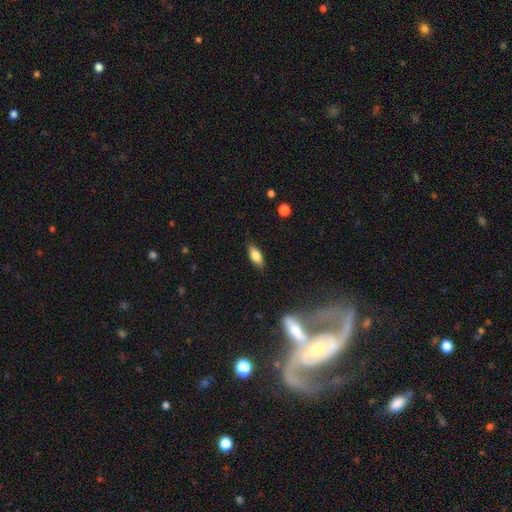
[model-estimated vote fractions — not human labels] Morphology: type=smooth (79%); roundness=in between (80%); merging=none (85%).